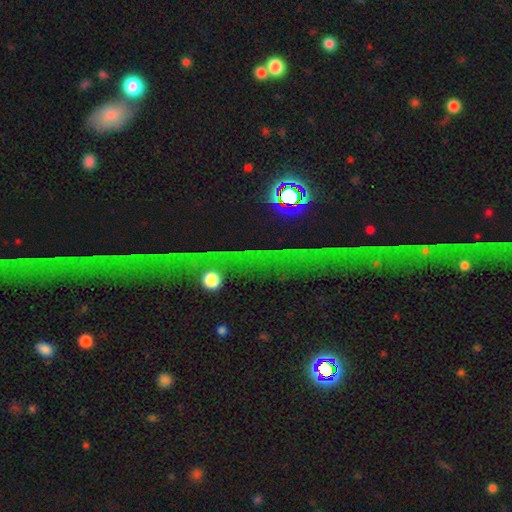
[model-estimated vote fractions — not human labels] smooth-or-featured: star or artifact: 69% | smooth: 18% | featured or disk: 13%